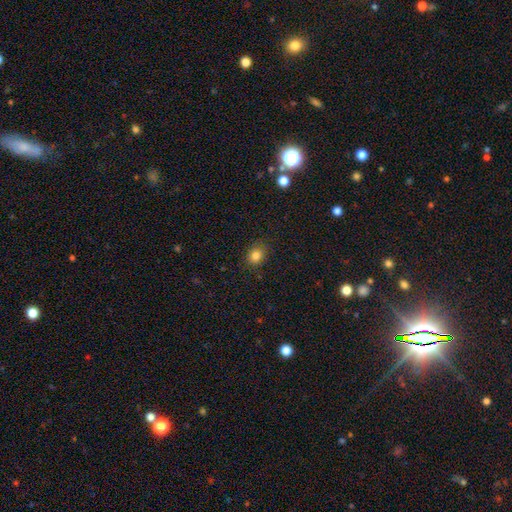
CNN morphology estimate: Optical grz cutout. It shows a smooth galaxy with no disk features (82%) that is round (58%). Merging: none (84%).